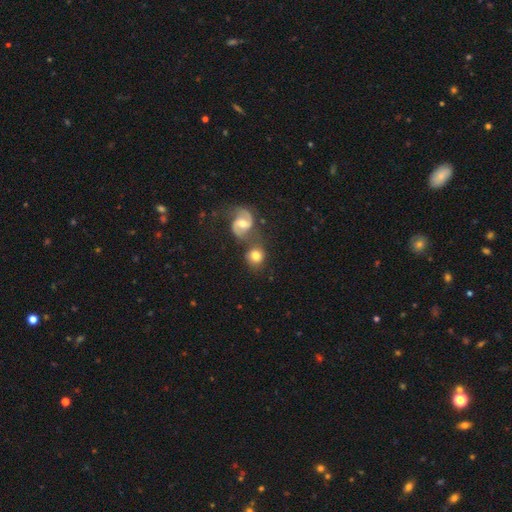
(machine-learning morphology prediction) smooth 63%, featured or disk 30%, star or artifact 7%. Down the decision tree: how rounded — round (78%); merging — none (55%).